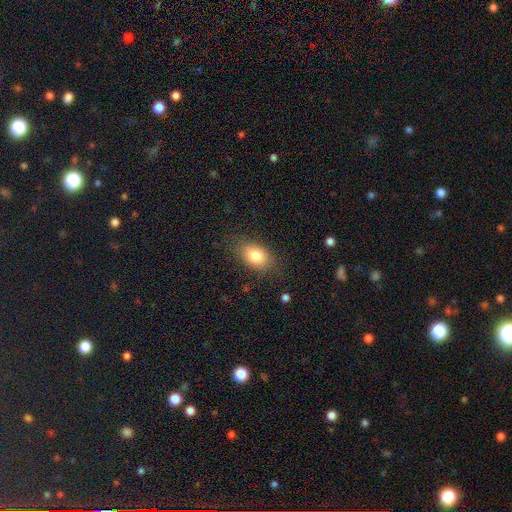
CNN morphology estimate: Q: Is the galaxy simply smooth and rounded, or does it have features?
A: smooth — 80%.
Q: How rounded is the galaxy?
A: in between — 84%.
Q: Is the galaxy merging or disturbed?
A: none — 79%.